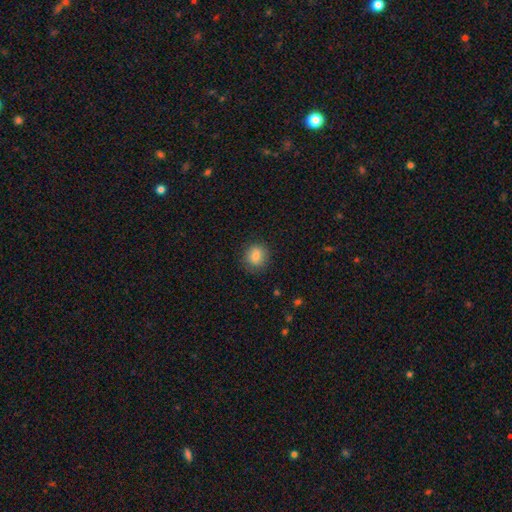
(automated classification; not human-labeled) Overall: smooth (84%). How rounded: round (72%). Merging: none (82%).